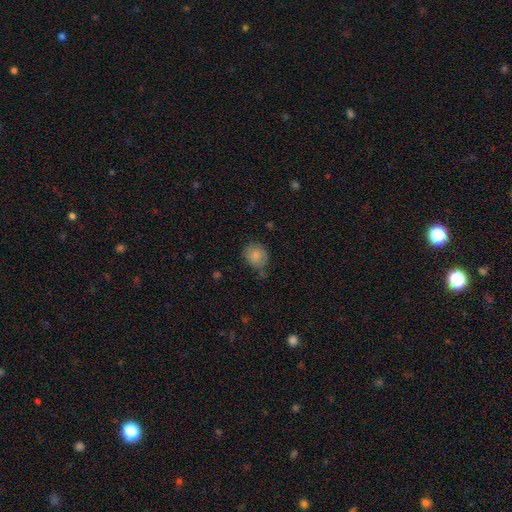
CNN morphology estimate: Smooth or featured: smooth — 82% (featured or disk — 10%)
How rounded: round — 69% (in between — 30%)
Merging: none — 55% (minor disturbance — 33%)